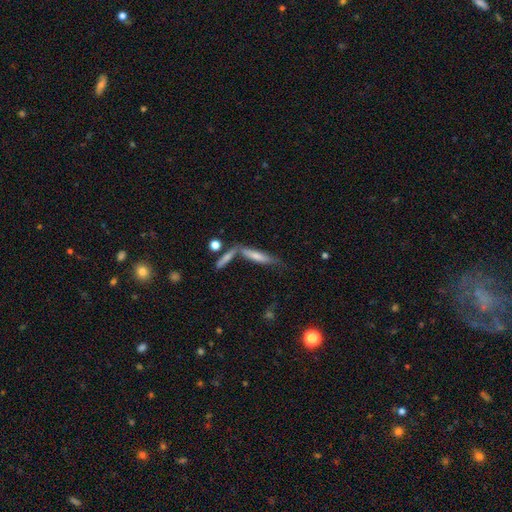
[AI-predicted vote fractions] A featured or disk galaxy (52%) viewed edge-on (84%).

Vote fractions:
- Smooth or featured? featured or disk: 52% / smooth: 33% / star or artifact: 15%
- Edge-on disk? yes: 84% / no: 16%
- Merging? none: 55% / merger: 23% / minor disturbance: 14% / major disturbance: 8%